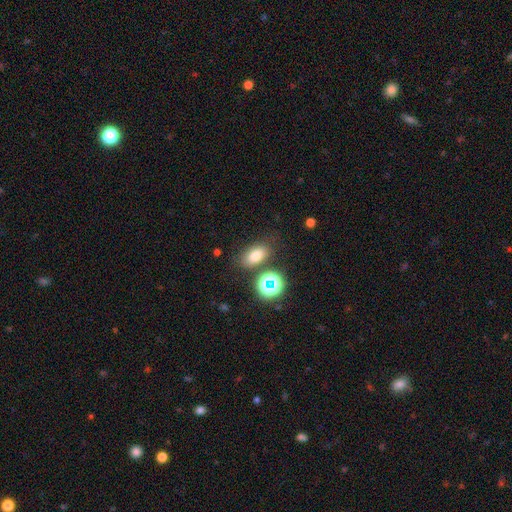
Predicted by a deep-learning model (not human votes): Smooth or featured? Predicted: smooth (p=0.71). How rounded? Predicted: in between (p=0.79). Merging? Predicted: none (p=0.75).